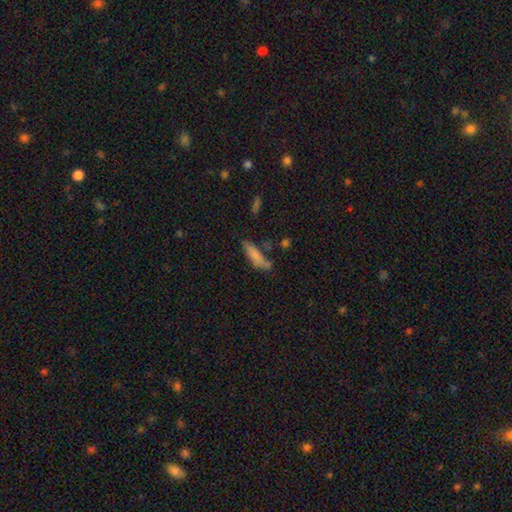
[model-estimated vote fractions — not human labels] Smooth or featured? Predicted: smooth (p=0.78). How rounded? Predicted: cigar-shaped (p=0.61). Merging? Predicted: none (p=0.61).